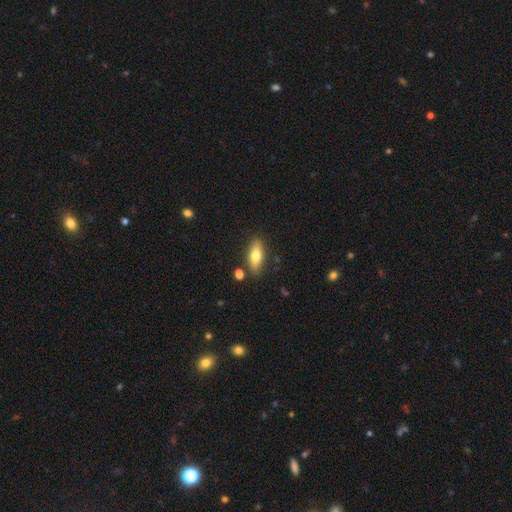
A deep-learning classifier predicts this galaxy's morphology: Smooth or featured? smooth (71%)
How rounded? in between (73%)
Merging? none (82%)